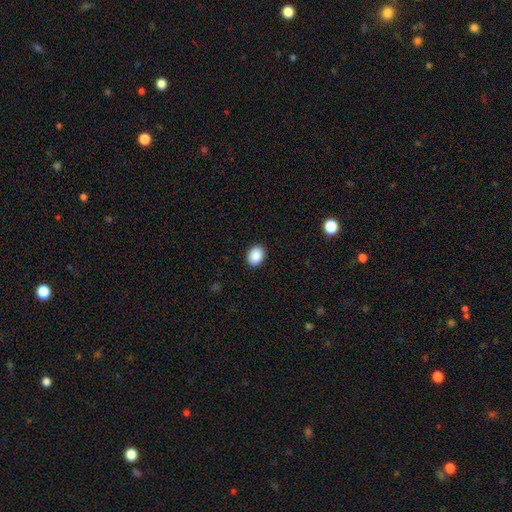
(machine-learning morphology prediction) smooth_or_featured: smooth (p=0.89) [alt: star or artifact p=0.08]
how_rounded: in between (p=0.64) [alt: round p=0.35]
merging: none (p=0.91) [alt: minor disturbance p=0.07]